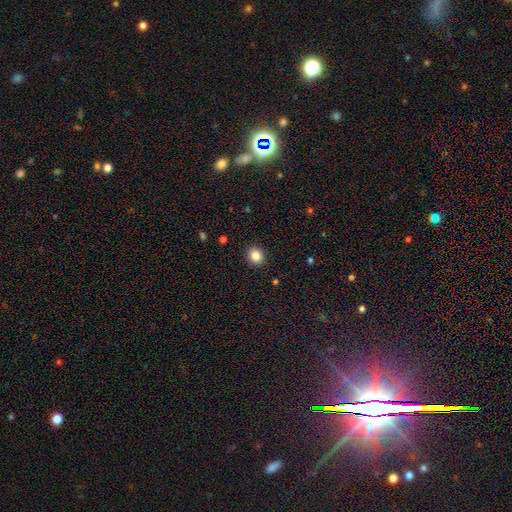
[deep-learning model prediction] smooth 84%, star or artifact 11%, featured or disk 5%. Down the decision tree: how rounded — round (89%); merging — none (92%).